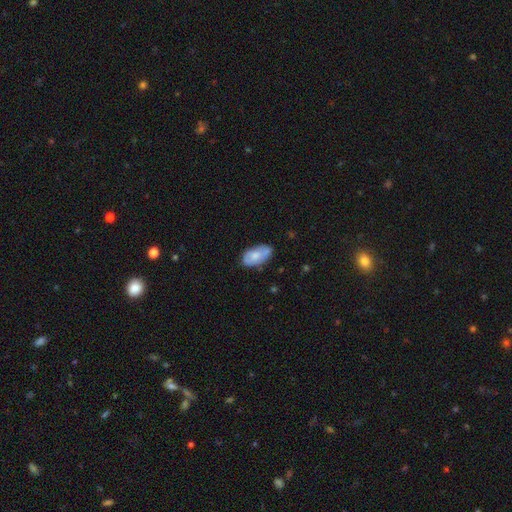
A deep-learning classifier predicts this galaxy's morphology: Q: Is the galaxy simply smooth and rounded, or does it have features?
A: smooth — 64%.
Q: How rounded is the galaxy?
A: in between — 94%.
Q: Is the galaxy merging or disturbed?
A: none — 69%.